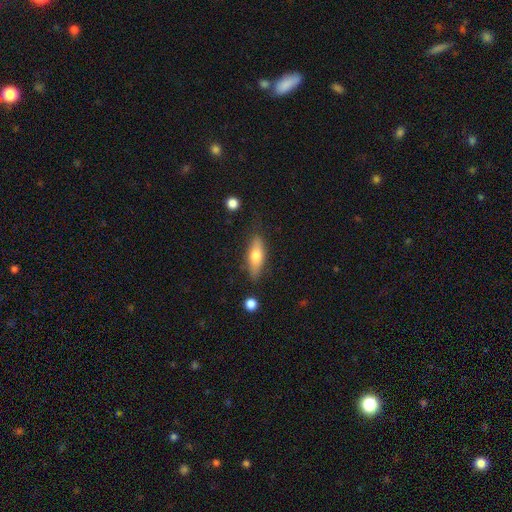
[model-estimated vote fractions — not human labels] This is likely a smooth galaxy (62%). How rounded: possibly in between (58%). Merging: likely none (78%).